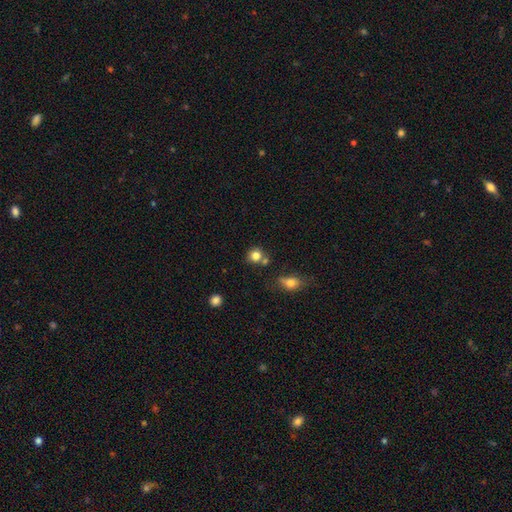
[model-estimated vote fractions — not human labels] Smooth or featured? smooth (81%)
How rounded? round (85%)
Merging? none (64%)